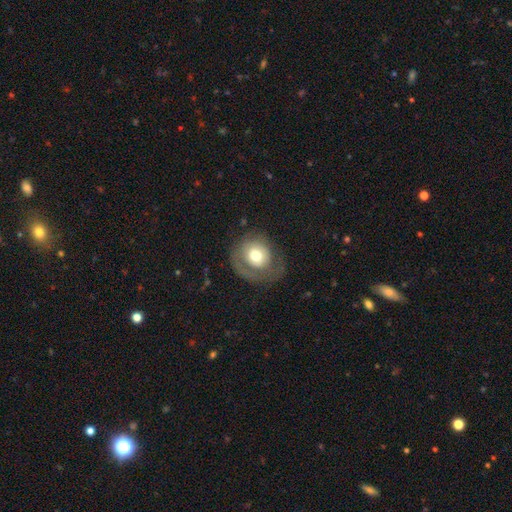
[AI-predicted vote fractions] smooth-or-featured: smooth: 55% | featured or disk: 37% | star or artifact: 8%
  how-rounded: round: 79% | in between: 20% | cigar-shaped: 1%
  merging: none: 53% | major disturbance: 24% | minor disturbance: 22% | merger: 2%